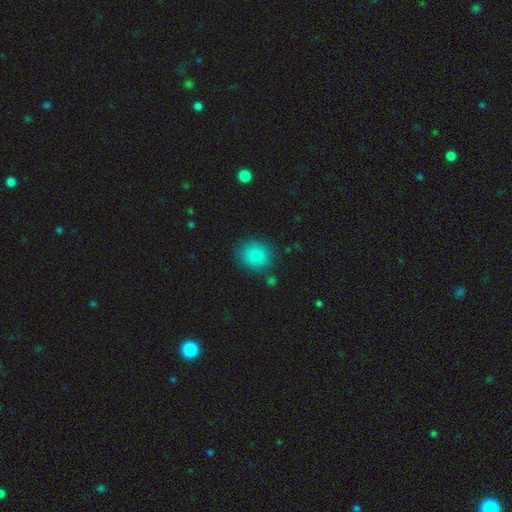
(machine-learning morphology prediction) smooth 86%, star or artifact 8%, featured or disk 6%. Down the decision tree: how rounded — round (75%); merging — none (79%).